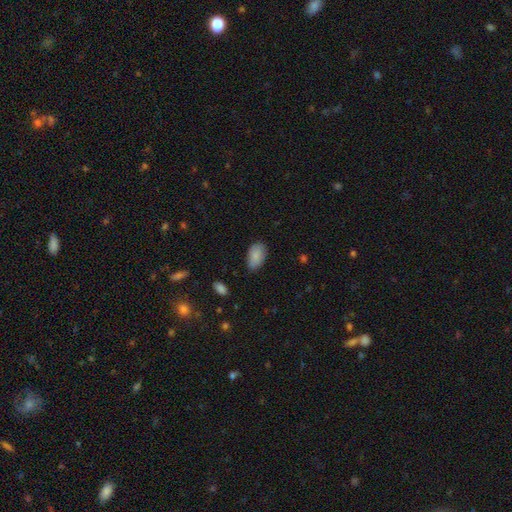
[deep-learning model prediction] A smooth galaxy with no disk features (85%) that is in between round and cigar-shaped (93%). Merging: none (73%).